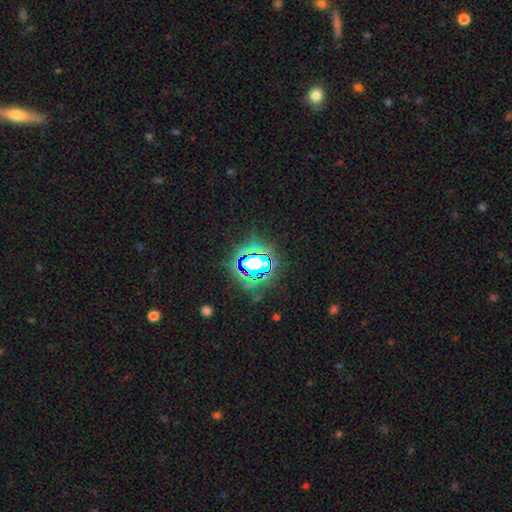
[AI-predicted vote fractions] smooth-or-featured: star or artifact: 73% | smooth: 15% | featured or disk: 12%